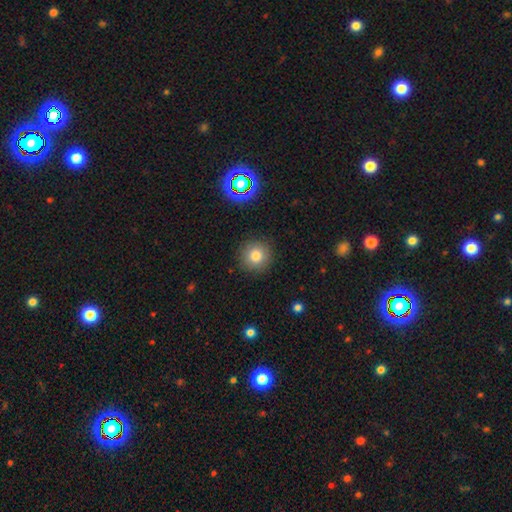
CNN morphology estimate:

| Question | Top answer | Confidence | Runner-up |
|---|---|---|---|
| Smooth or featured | smooth | 79% | star or artifact (13%) |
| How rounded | round | 94% | in between (5%) |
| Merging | none | 90% | minor disturbance (7%) |